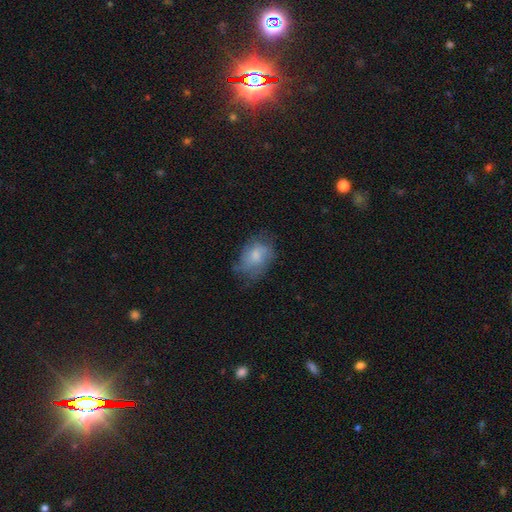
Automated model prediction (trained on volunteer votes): Smooth or featured?
  - smooth: 61% *
  - featured or disk: 31%
  - star or artifact: 8%
How rounded?
  - in between: 79% *
  - round: 19%
  - cigar-shaped: 2%
Merging?
  - none: 48% *
  - minor disturbance: 31%
  - major disturbance: 19%
  - merger: 2%